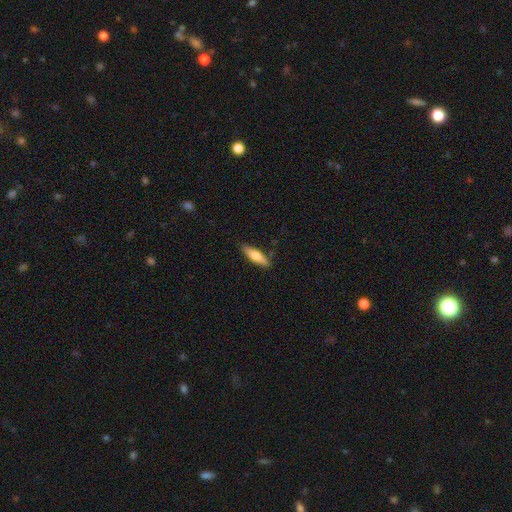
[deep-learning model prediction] smooth 62%, featured or disk 32%, star or artifact 6%. Down the decision tree: how rounded — cigar-shaped (66%); merging — none (86%).